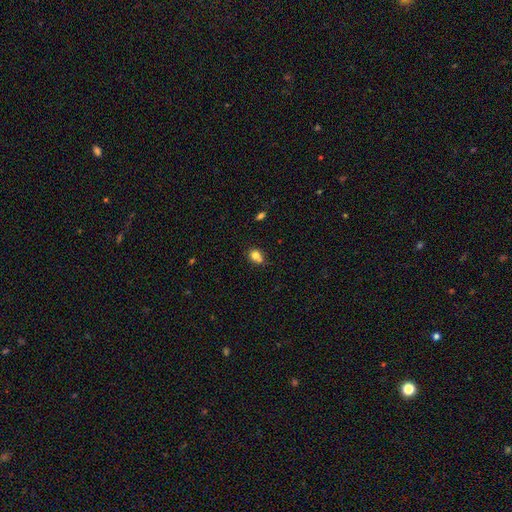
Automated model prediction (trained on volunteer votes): smooth 78%, star or artifact 12%, featured or disk 10%. Down the decision tree: how rounded — round (62%); merging — none (52%).